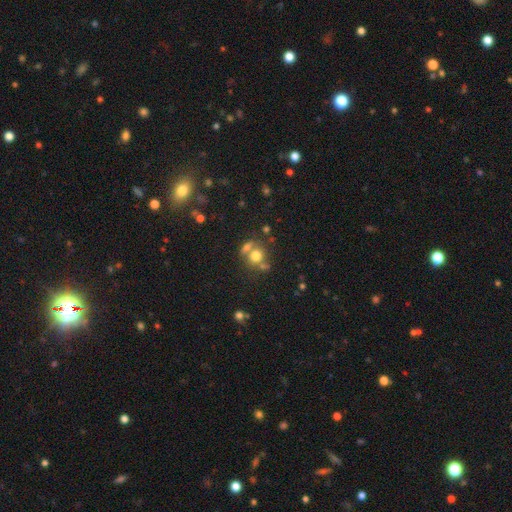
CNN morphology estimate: Smooth or featured? Predicted: smooth (p=0.71). How rounded? Predicted: round (p=0.76). Merging? Predicted: none (p=0.47).